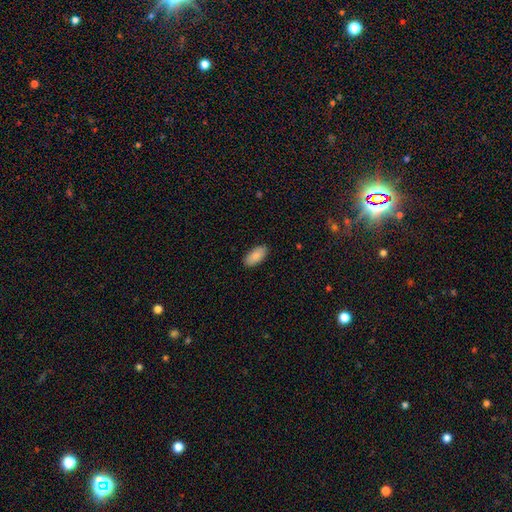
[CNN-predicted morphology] Smooth or featured? Predicted: smooth (p=0.87). How rounded? Predicted: in between (p=0.92). Merging? Predicted: none (p=0.89).